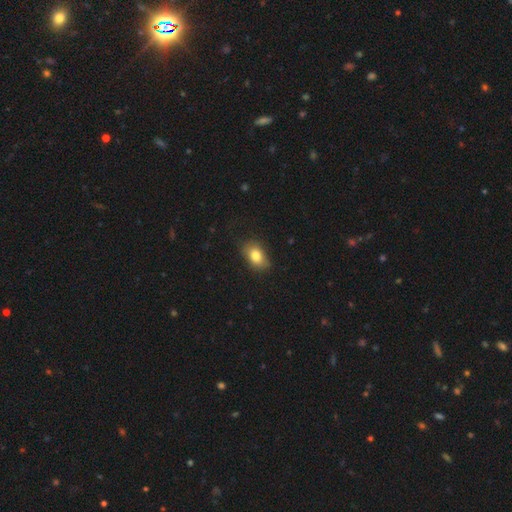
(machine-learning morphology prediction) smooth 81%, featured or disk 11%, star or artifact 9%. Down the decision tree: how rounded — in between (80%); merging — none (77%).